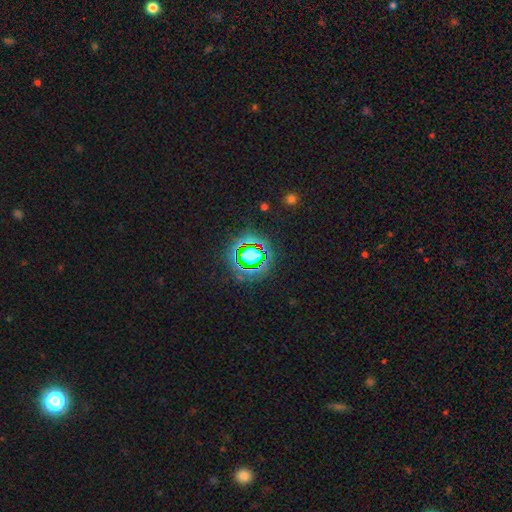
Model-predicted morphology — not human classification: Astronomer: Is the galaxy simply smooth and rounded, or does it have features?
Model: star or artifact — 66%.